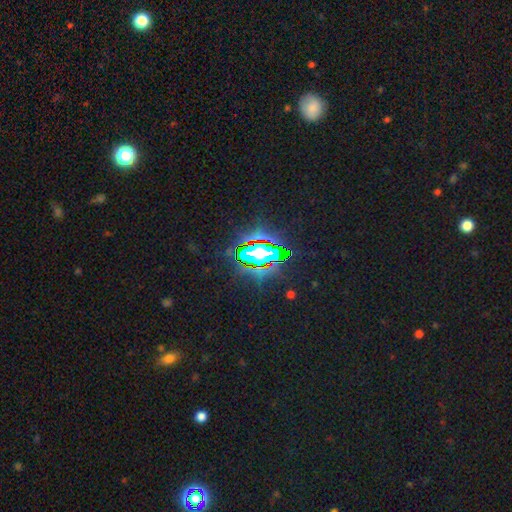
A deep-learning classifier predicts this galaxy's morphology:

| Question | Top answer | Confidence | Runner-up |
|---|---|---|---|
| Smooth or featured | star or artifact | 77% | smooth (13%) |